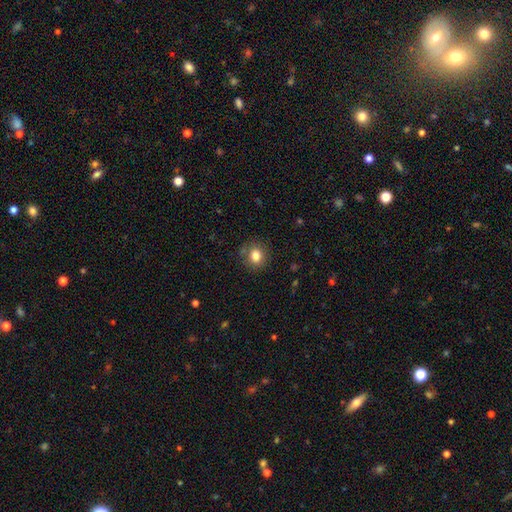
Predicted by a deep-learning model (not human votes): The model was most divided on "how rounded": round: 73%, in between: 26%, cigar-shaped: 1%. More confident: merging — none (83%); smooth or featured — smooth (81%).